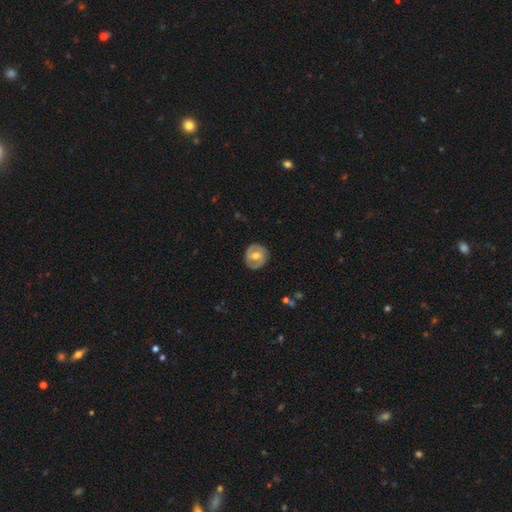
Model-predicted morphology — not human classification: type=featured or disk (66%); edge-on=no (97%); bar=weak (46%); spiral arms=yes (79%); winding=tight (46%); arm count=2 (80%); bulge=moderate (74%); merging=none (84%).